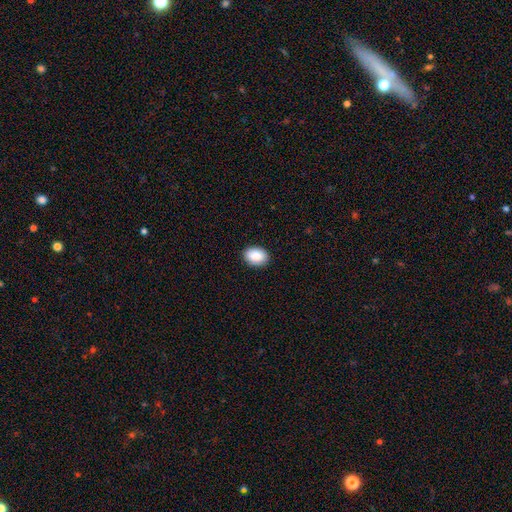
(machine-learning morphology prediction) smooth-or-featured: smooth: 90% | star or artifact: 7% | featured or disk: 3%
  how-rounded: in between: 78% | round: 21% | cigar-shaped: 1%
  merging: none: 90% | minor disturbance: 7% | major disturbance: 2% | merger: 1%